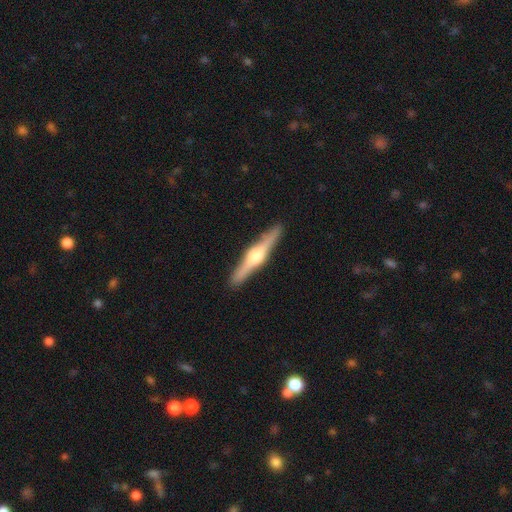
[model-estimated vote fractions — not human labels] This is likely a featured or disk galaxy (78%). It is clearly viewed edge-on (98%). Edge-on bulge: clearly rounded (93%). Merging: clearly none (91%).